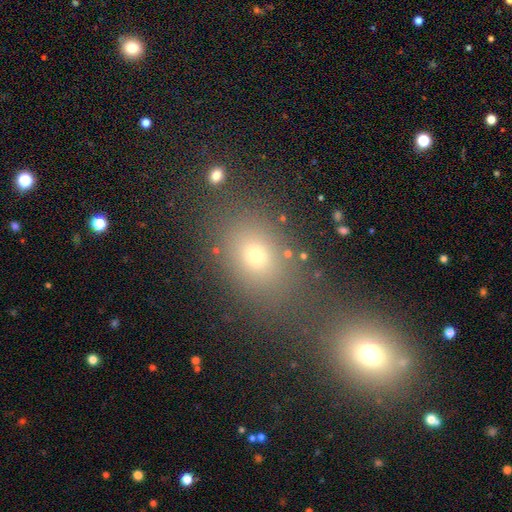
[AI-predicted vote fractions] This appears to be a smooth galaxy with no disk features (70%) that is in between round and cigar-shaped (64%). Merging: none (71%).